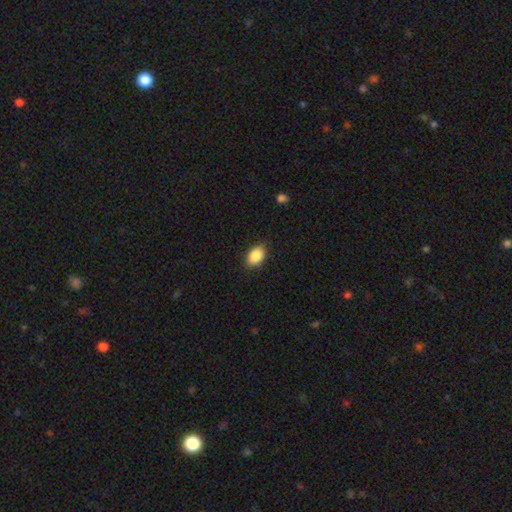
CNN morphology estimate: Smooth or featured?
  - smooth: 89% *
  - star or artifact: 7%
  - featured or disk: 4%
How rounded?
  - in between: 83% *
  - round: 16%
  - cigar-shaped: 1%
Merging?
  - none: 88% *
  - minor disturbance: 9%
  - major disturbance: 2%
  - merger: 1%